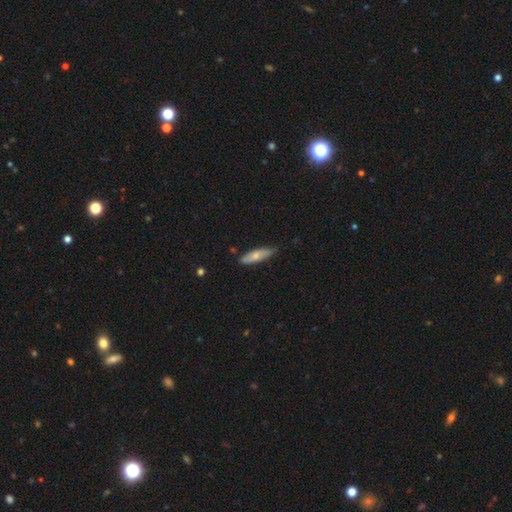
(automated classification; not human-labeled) The model was most divided on "how rounded": cigar-shaped: 56%, in between: 42%, round: 2%. More confident: merging — none (77%); smooth or featured — smooth (67%).